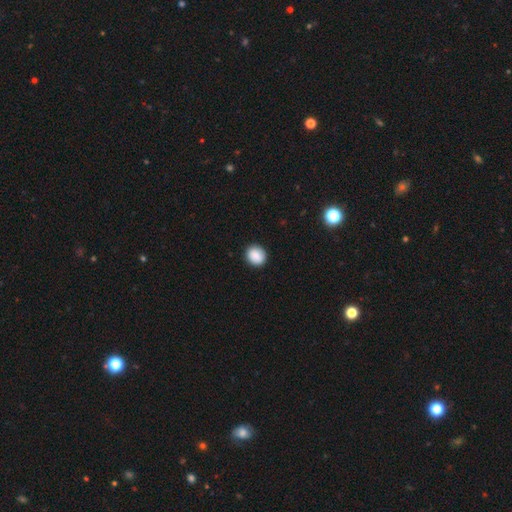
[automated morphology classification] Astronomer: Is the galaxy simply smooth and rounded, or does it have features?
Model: smooth — 89%.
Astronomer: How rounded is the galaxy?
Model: round — 78%.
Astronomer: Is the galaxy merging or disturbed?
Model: none — 91%.